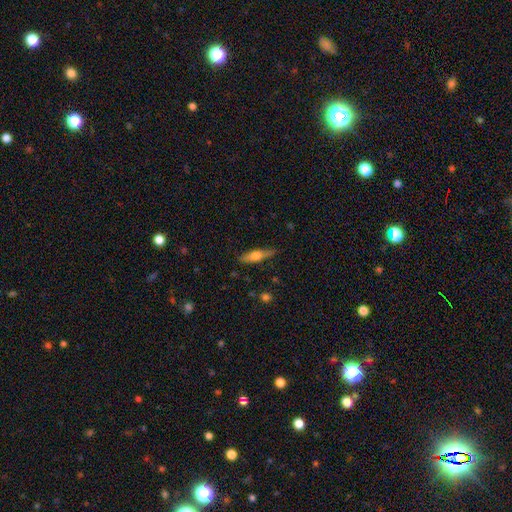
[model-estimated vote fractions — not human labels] Smooth or featured?
  - featured or disk: 49% *
  - smooth: 44%
  - star or artifact: 6%
Merging?
  - none: 83% *
  - minor disturbance: 13%
  - major disturbance: 3%
  - merger: 1%